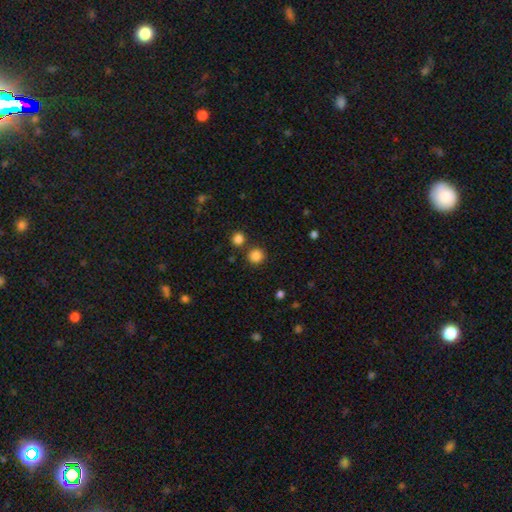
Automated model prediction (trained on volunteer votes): Q: Smooth or featured?
A: smooth (84%); runner-up: star or artifact (12%)
Q: How rounded?
A: round (93%); runner-up: in between (6%)
Q: Merging?
A: none (83%); runner-up: merger (8%)